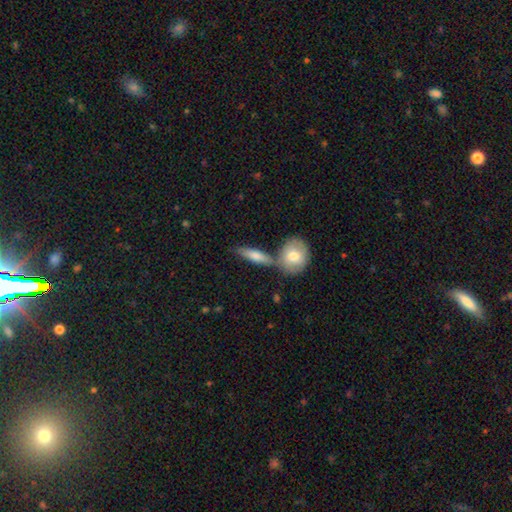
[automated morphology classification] Smooth or featured? smooth (70%)
How rounded? cigar-shaped (48%)
Merging? none (52%)